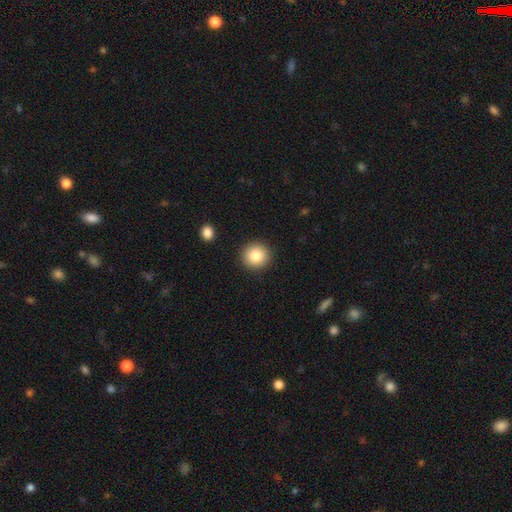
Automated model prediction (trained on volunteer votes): This is clearly a smooth galaxy (84%). How rounded: clearly round (93%). Merging: clearly none (91%).